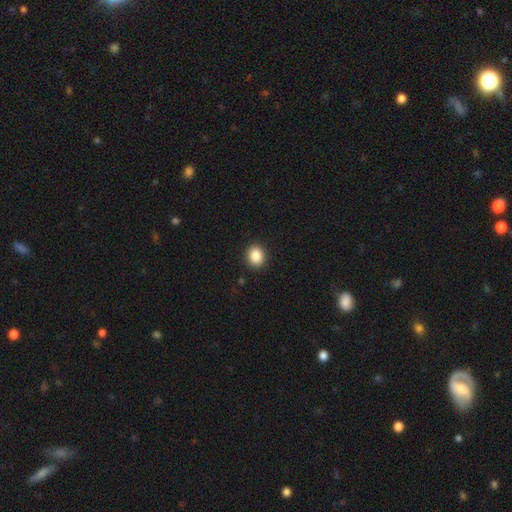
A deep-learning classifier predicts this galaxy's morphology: Smooth or featured? Predicted: smooth (p=0.86). How rounded? Predicted: round (p=0.69). Merging? Predicted: none (p=0.92).